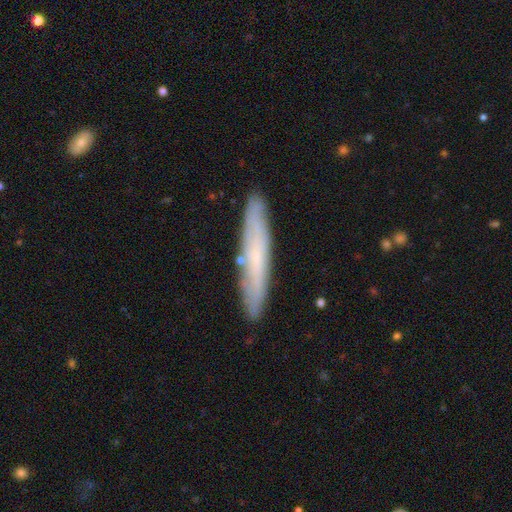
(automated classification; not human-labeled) Smooth or featured?
  - smooth: 47% *
  - featured or disk: 46%
  - star or artifact: 7%
Merging?
  - none: 87% *
  - minor disturbance: 9%
  - merger: 2%
  - major disturbance: 2%